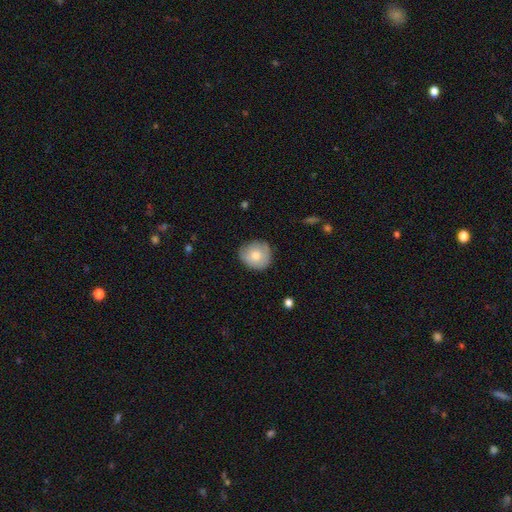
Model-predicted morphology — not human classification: A smooth galaxy with no disk features (74%) that is round (87%).

Vote fractions:
- Smooth or featured? smooth: 74% / featured or disk: 19% / star or artifact: 7%
- How rounded? round: 87% / in between: 12% / cigar-shaped: 1%
- Merging? none: 78% / minor disturbance: 18% / major disturbance: 3% / merger: 1%